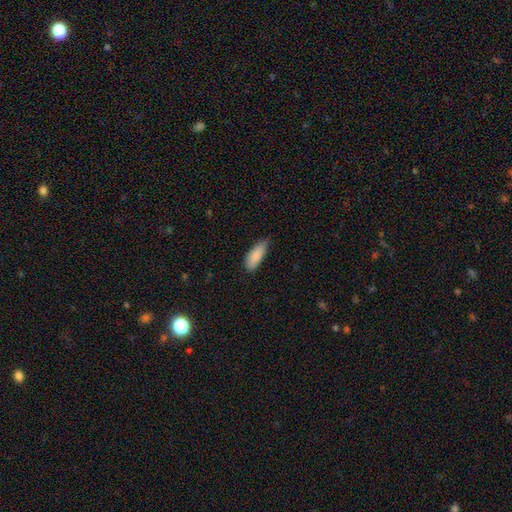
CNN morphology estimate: A smooth galaxy with no disk features (87%) that is in between round and cigar-shaped (76%).

Vote fractions:
- Smooth or featured? smooth: 87% / featured or disk: 6% / star or artifact: 6%
- How rounded? in between: 76% / cigar-shaped: 22% / round: 2%
- Merging? none: 59% / minor disturbance: 35% / major disturbance: 5% / merger: 1%